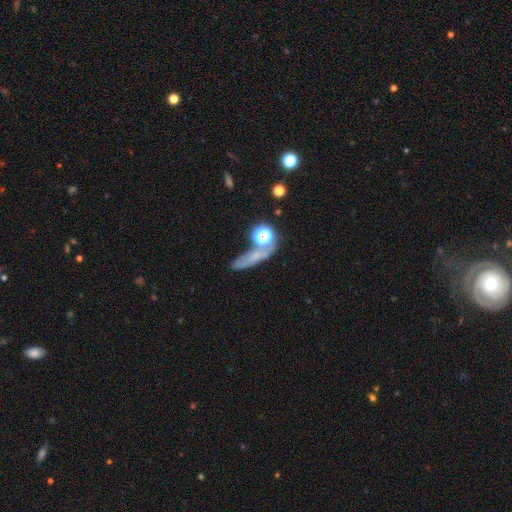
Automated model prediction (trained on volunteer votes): Smooth or featured? smooth (51%)
How rounded? cigar-shaped (36%, tied with round)
Merging? none (53%)